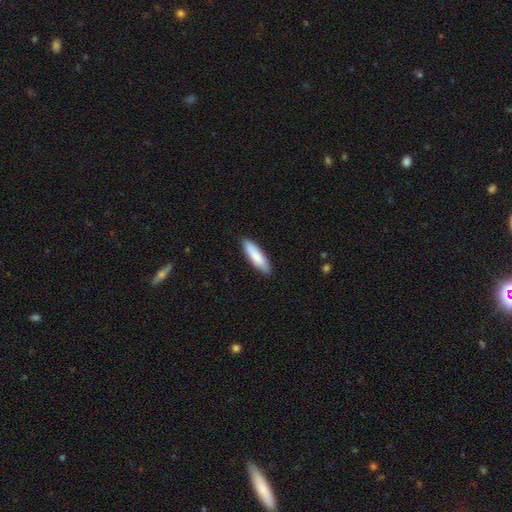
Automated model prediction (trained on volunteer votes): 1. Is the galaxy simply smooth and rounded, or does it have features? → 85% smooth, 10% featured or disk, 5% star or artifact.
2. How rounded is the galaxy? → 63% cigar-shaped, 36% in between, 1% round.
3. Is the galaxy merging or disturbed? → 88% none, 10% minor disturbance, 2% major disturbance, 1% merger.